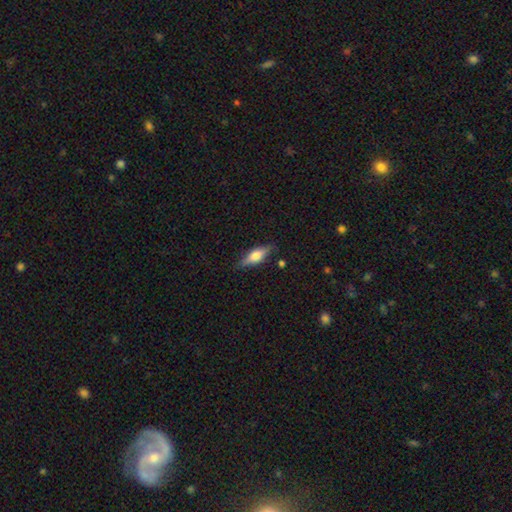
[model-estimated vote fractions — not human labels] smooth-or-featured: featured or disk: 47% | smooth: 46% | star or artifact: 7%
  merging: none: 82% | minor disturbance: 13% | major disturbance: 3% | merger: 2%